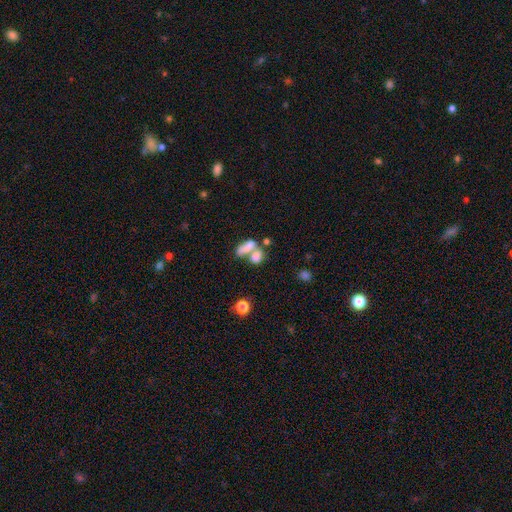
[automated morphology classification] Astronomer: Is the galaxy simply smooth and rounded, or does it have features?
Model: smooth — 62%.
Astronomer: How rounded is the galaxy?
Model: in between — 55%.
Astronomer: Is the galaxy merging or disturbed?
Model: merger — 45% (runner-up: none, 40%).